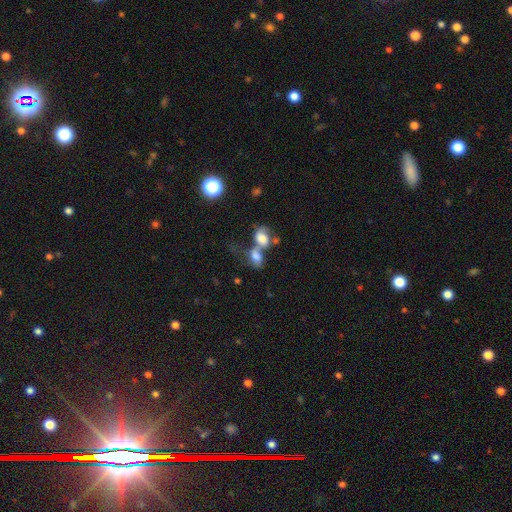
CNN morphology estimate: smooth-or-featured: smooth: 64% | featured or disk: 24% | star or artifact: 13%
  how-rounded: in between: 79% | round: 18% | cigar-shaped: 3%
  merging: merger: 71% | none: 14% | major disturbance: 9% | minor disturbance: 7%